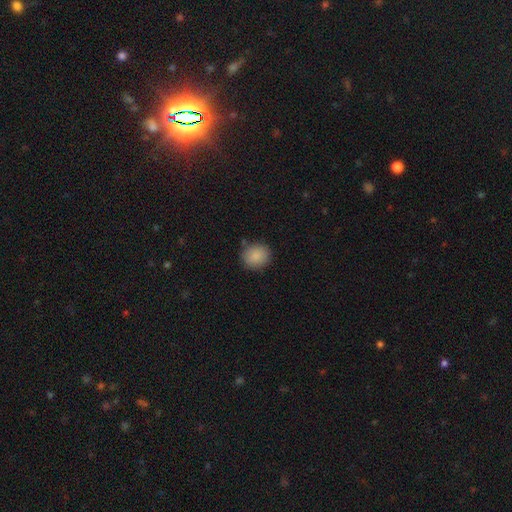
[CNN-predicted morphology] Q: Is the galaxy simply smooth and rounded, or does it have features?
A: smooth — 87%.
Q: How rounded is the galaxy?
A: round — 79%.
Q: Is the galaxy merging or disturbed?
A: none — 83%.